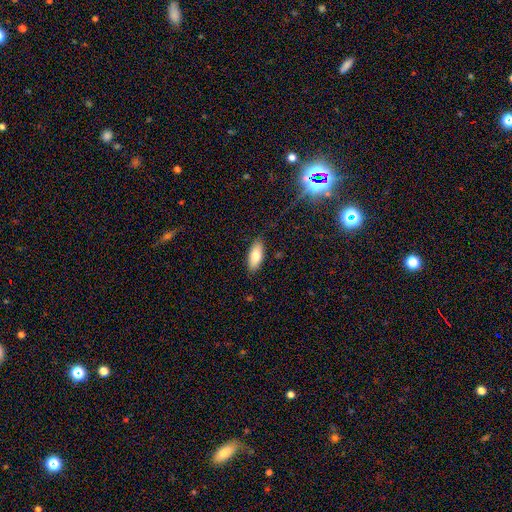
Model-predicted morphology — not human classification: smooth-or-featured: smooth: 76% | featured or disk: 17% | star or artifact: 7%
  how-rounded: in between: 82% | cigar-shaped: 16% | round: 2%
  merging: none: 87% | minor disturbance: 10% | major disturbance: 2% | merger: 1%